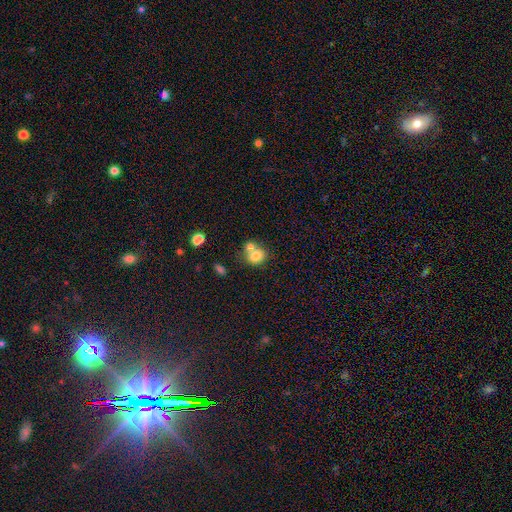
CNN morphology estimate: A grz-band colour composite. It shows a smooth galaxy with no disk features (76%) that is round (61%). Merging: merger (54%).